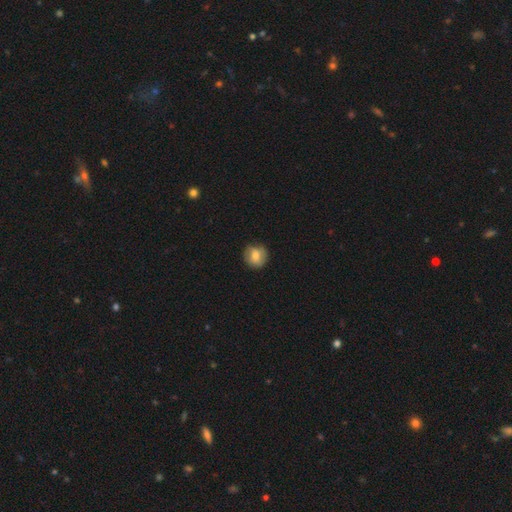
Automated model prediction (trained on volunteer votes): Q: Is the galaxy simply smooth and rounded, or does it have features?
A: smooth — 72%.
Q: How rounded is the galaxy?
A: round — 84%.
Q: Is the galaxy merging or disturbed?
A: none — 80%.